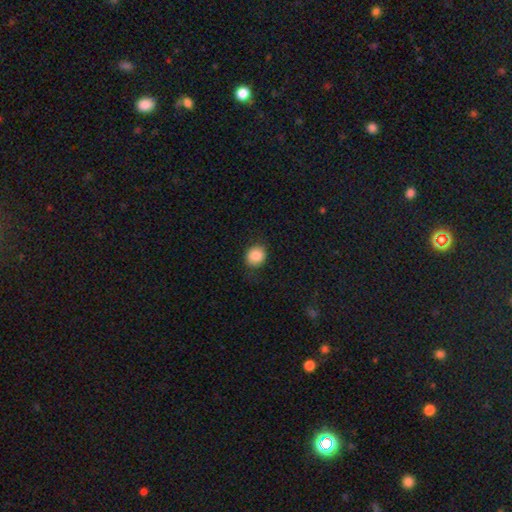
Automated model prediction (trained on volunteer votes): Smooth or featured? smooth (86%)
How rounded? round (74%)
Merging? none (83%)